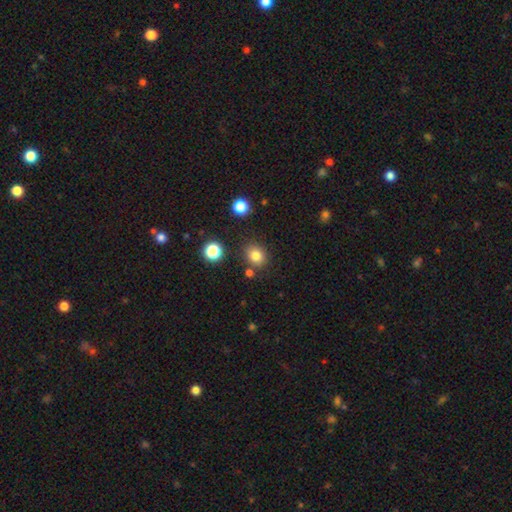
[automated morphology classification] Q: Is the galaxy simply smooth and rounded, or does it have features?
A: smooth — 80%.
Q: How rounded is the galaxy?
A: round — 67%.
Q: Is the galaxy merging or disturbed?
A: none — 81%.